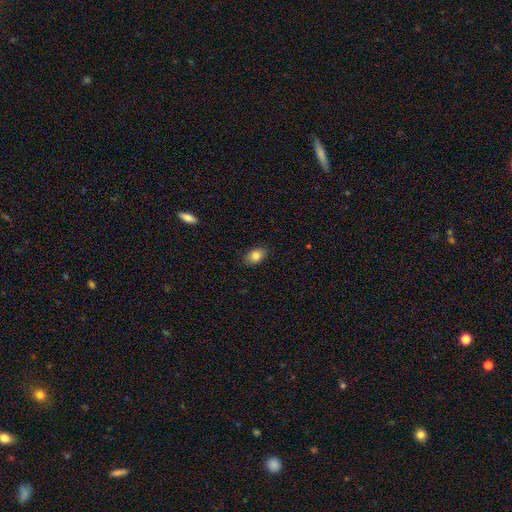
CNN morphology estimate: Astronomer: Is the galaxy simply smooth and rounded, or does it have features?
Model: smooth — 84%.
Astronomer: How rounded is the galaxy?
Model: in between — 86%.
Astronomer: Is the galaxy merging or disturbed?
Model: none — 85%.